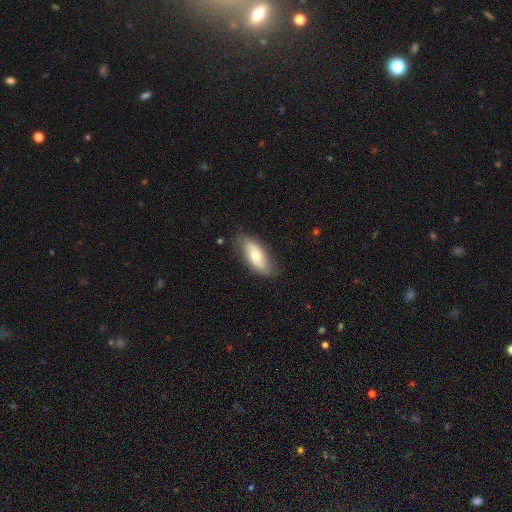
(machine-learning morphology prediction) This is possibly a smooth galaxy (59%). How rounded: clearly in between (82%). Merging: clearly none (80%).